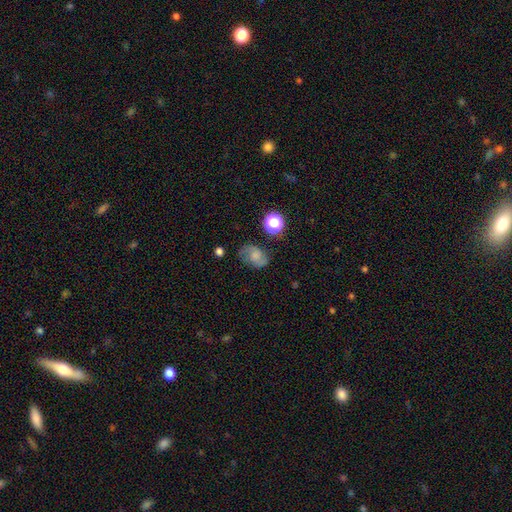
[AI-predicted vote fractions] featured or disk 45%, smooth 42%, star or artifact 13%. Down the decision tree: merging — none (67%).